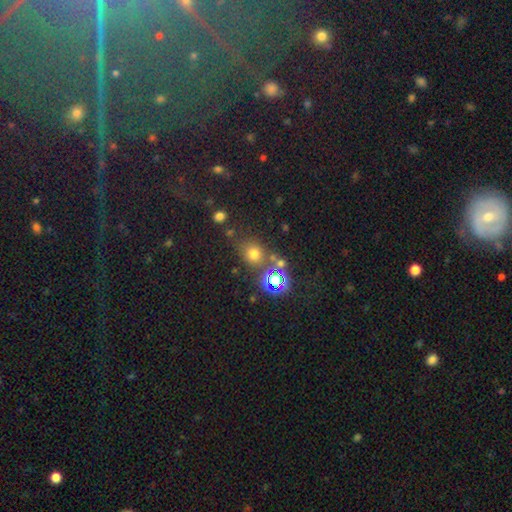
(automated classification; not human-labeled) Smooth or featured? Predicted: smooth (p=0.56). How rounded? Predicted: round (p=0.79). Merging? Predicted: none (p=0.73).